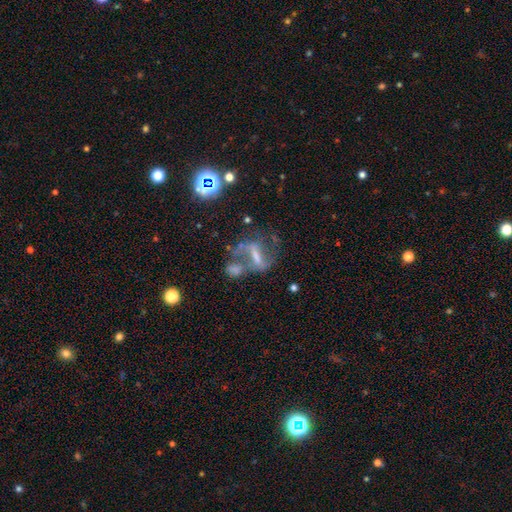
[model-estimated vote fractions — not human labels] A featured or disk galaxy (64%) with a strong bar (49%), spiral arms (70%) and a small central bulge (43%).

Vote fractions:
- Smooth or featured? featured or disk: 64% / star or artifact: 21% / smooth: 15%
- Edge-on disk? no: 89% / yes: 11%
- Bar? strong: 49% / weak: 32% / no: 19%
- Spiral arms? yes: 70% / no: 30%
- Bulge size? small: 43% / moderate: 27% / none: 24% / large: 4% / dominant: 2%
- Merging? none: 35% / merger: 31% / major disturbance: 20% / minor disturbance: 14%